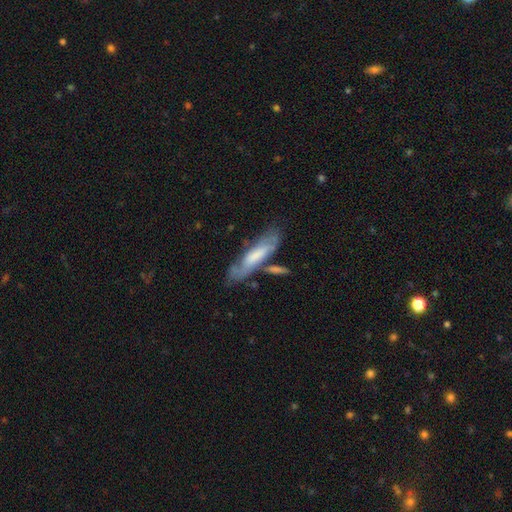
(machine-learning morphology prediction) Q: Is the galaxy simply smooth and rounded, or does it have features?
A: featured or disk — 48%.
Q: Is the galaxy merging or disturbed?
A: none — 56%.